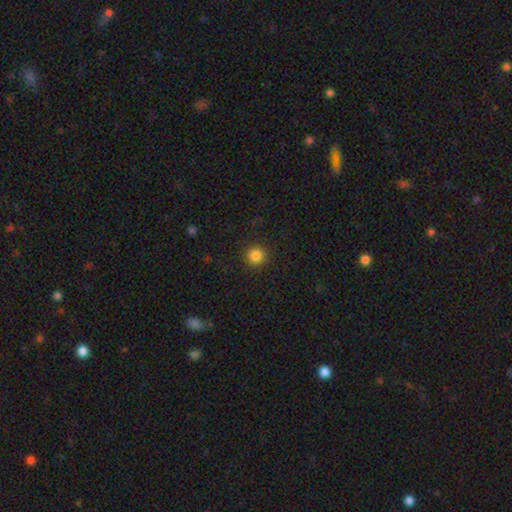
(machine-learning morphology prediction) A smooth galaxy with no disk features (85%) that is round (95%). Merging: none (91%).